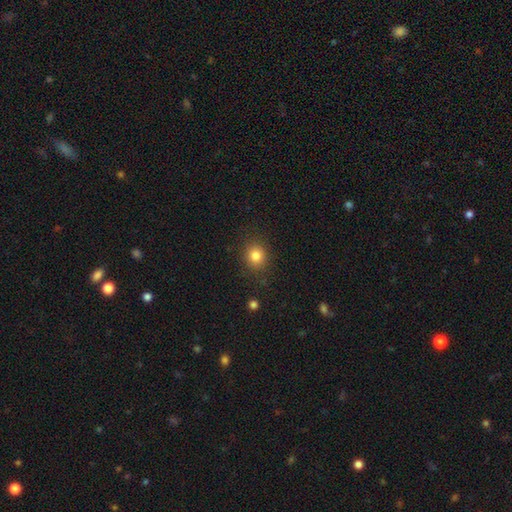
A smooth galaxy with no disk features (95%) that is round (78%). Merging: none (92%).